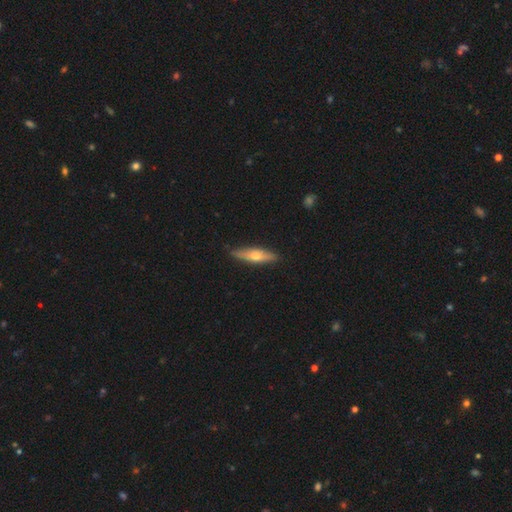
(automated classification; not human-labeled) Morphology: type=smooth (49%); merging=none (85%).